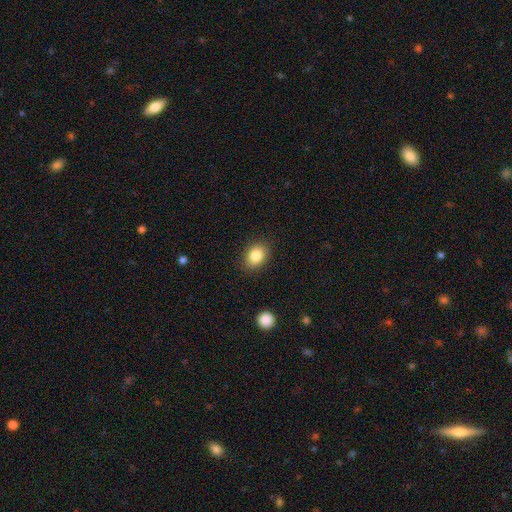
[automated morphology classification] This appears to be a smooth galaxy with no disk features (85%) that is in between round and cigar-shaped (68%). Merging: none (87%).